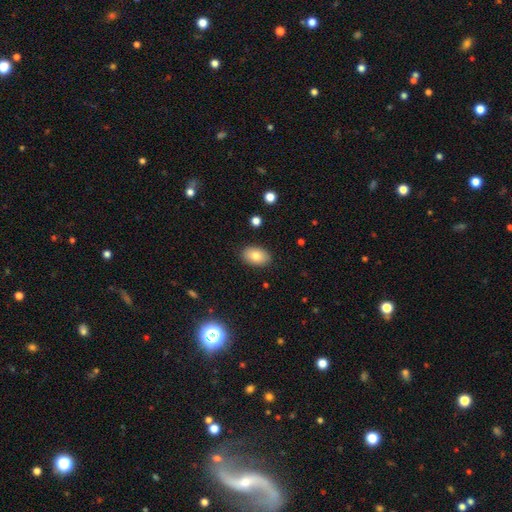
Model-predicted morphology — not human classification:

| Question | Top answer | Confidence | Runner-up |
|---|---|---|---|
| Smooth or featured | smooth | 80% | featured or disk (12%) |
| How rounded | in between | 89% | round (10%) |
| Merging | none | 87% | minor disturbance (9%) |